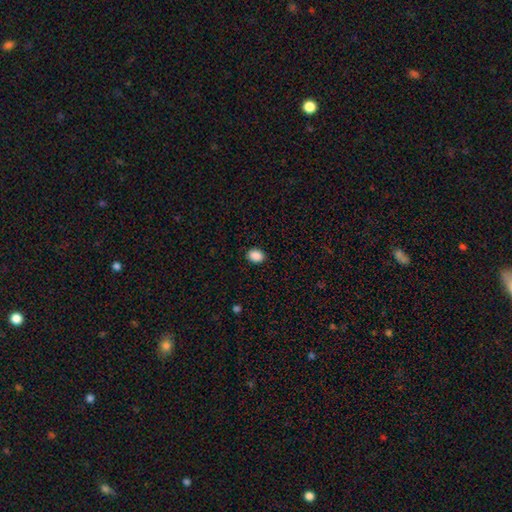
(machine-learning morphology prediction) This is clearly a smooth galaxy (89%). How rounded: likely in between (61%). Merging: clearly none (89%).